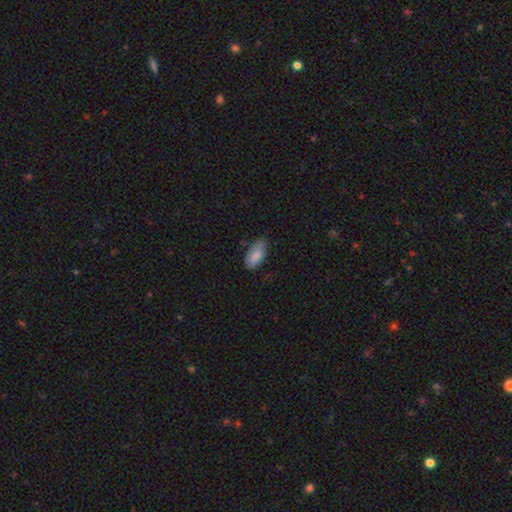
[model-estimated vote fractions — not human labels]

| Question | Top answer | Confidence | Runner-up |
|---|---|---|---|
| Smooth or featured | smooth | 86% | featured or disk (8%) |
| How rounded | in between | 91% | cigar-shaped (7%) |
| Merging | none | 69% | minor disturbance (26%) |